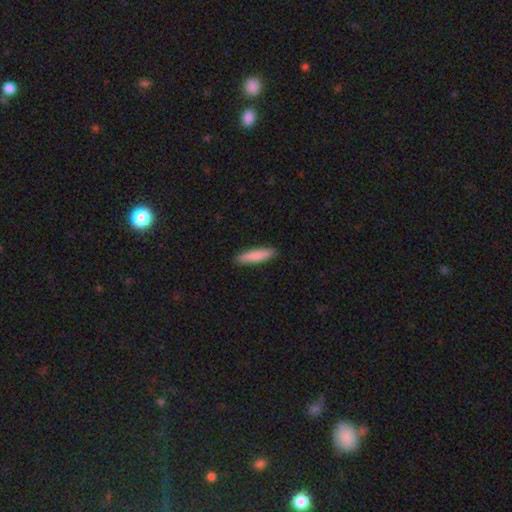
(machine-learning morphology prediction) type=smooth (84%); roundness=cigar-shaped (82%); merging=none (90%).